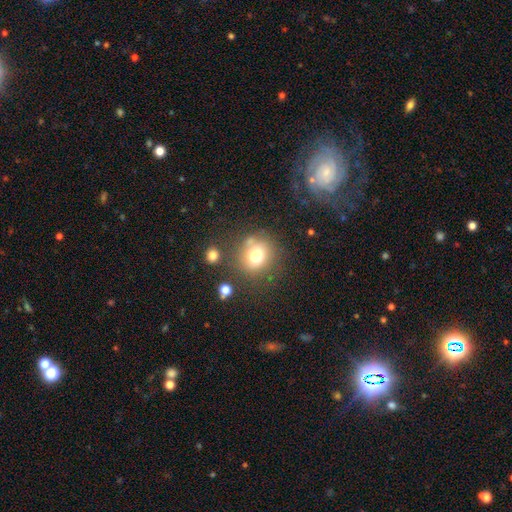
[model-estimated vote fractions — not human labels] Smooth or featured?
  - smooth: 75% *
  - featured or disk: 13%
  - star or artifact: 12%
How rounded?
  - round: 75% *
  - in between: 24%
  - cigar-shaped: 1%
Merging?
  - none: 66% *
  - minor disturbance: 17%
  - merger: 10%
  - major disturbance: 8%